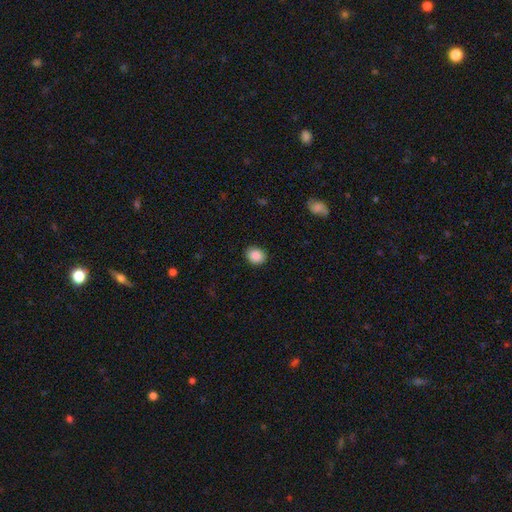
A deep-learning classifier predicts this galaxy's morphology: A smooth galaxy with no disk features (88%) that is round (57%). Merging: none (89%).